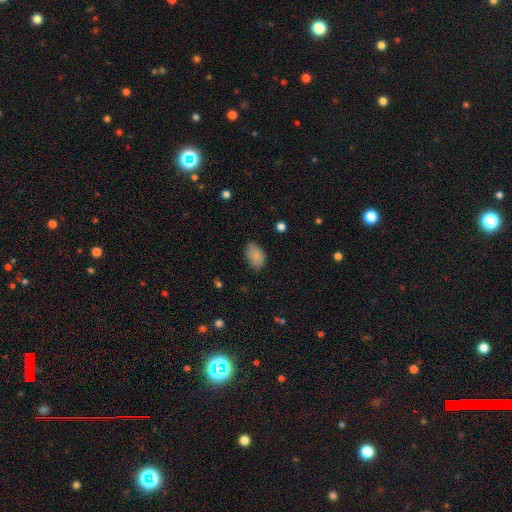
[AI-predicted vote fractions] smooth-or-featured: smooth: 84% | featured or disk: 8% | star or artifact: 8%
  how-rounded: in between: 90% | round: 9% | cigar-shaped: 1%
  merging: none: 72% | minor disturbance: 23% | major disturbance: 5% | merger: 1%